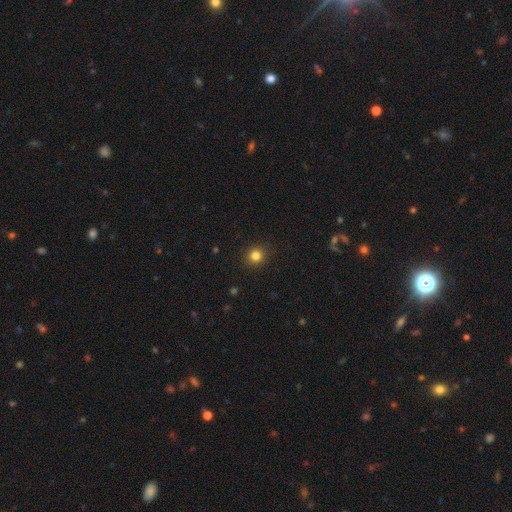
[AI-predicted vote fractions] smooth-or-featured: smooth: 82% | star or artifact: 13% | featured or disk: 5%
  how-rounded: round: 89% | in between: 10% | cigar-shaped: 1%
  merging: none: 91% | minor disturbance: 6% | major disturbance: 2% | merger: 1%